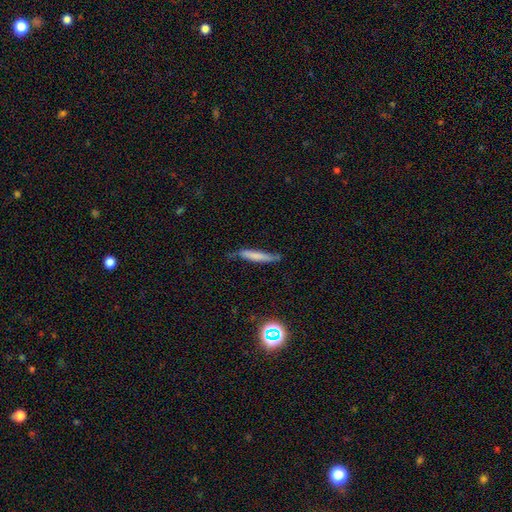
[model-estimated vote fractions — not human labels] Q: Smooth or featured?
A: smooth (65%); runner-up: featured or disk (27%)
Q: How rounded?
A: cigar-shaped (92%); runner-up: in between (6%)
Q: Merging?
A: none (64%); runner-up: minor disturbance (28%)